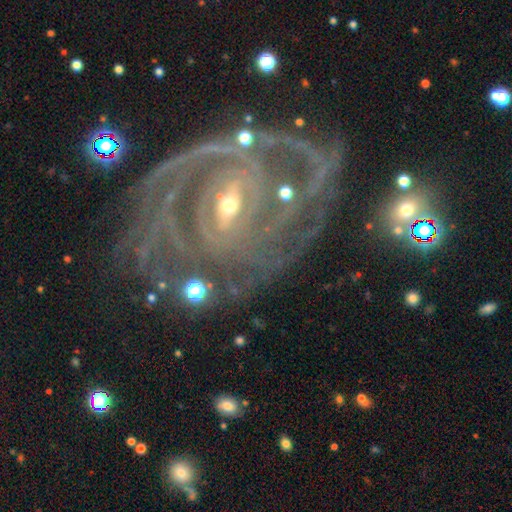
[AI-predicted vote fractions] smooth-or-featured: featured or disk: 90% | star or artifact: 6% | smooth: 4%
  disk-edge-on: no: 97% | yes: 3%
    bar: weak: 41% | strong: 35% | no: 24%
    has-spiral-arms: yes: 97% | no: 3%
      spiral-winding: tight: 70% | medium: 25% | loose: 5%
      spiral-arm-count: 2: 24% | can't tell: 23% | 3: 20% | 4: 14% | more than 4: 11% | 1: 8%
    bulge-size: small: 69% | moderate: 27% | large: 2% | none: 1% | dominant: 1%
  merging: none: 67% | minor disturbance: 18% | major disturbance: 12% | merger: 3%